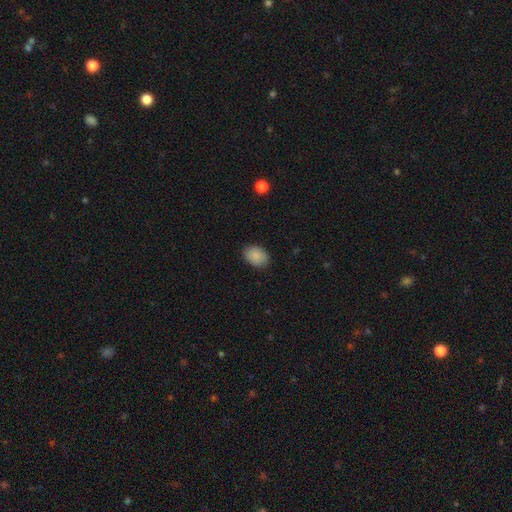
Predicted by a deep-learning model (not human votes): This is clearly a smooth galaxy (88%). How rounded: likely in between (72%). Merging: clearly none (86%).